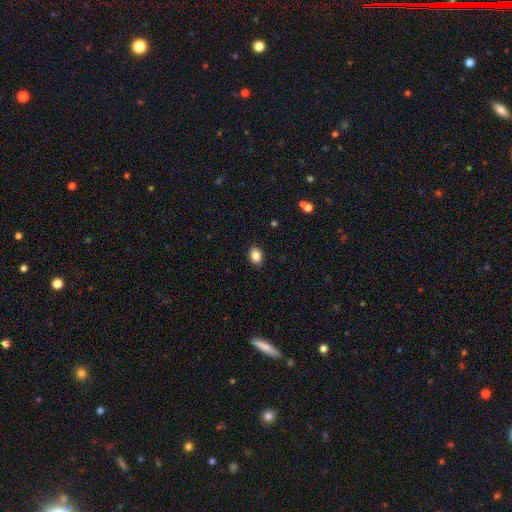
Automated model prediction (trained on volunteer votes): A smooth galaxy with no disk features (86%) that is in between round and cigar-shaped (70%).

Vote fractions:
- Smooth or featured? smooth: 86% / star or artifact: 9% / featured or disk: 4%
- How rounded? in between: 70% / round: 29% / cigar-shaped: 1%
- Merging? none: 89% / minor disturbance: 8% / major disturbance: 2% / merger: 1%